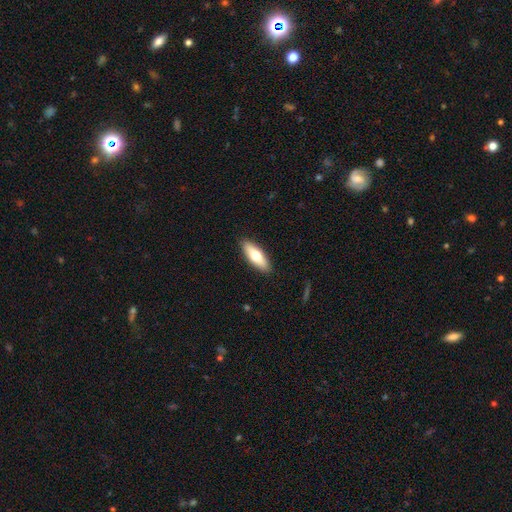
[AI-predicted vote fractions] smooth 63%, featured or disk 32%, star or artifact 6%. Down the decision tree: how rounded — in between (59%); merging — none (90%).